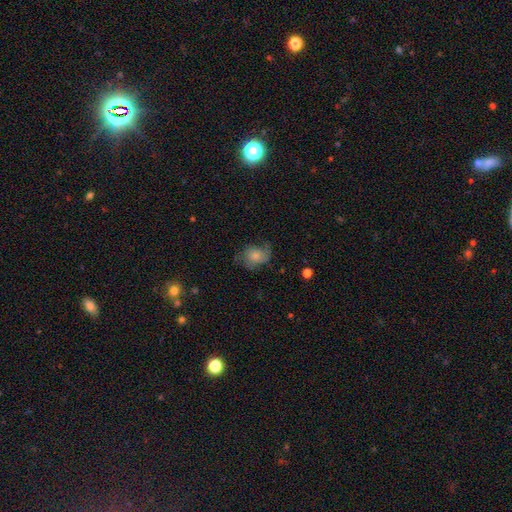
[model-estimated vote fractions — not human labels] Overall: smooth (63%; featured or disk 28%). How rounded: in between (54%; round 44%). Merging: none (50%; minor disturbance 30%).